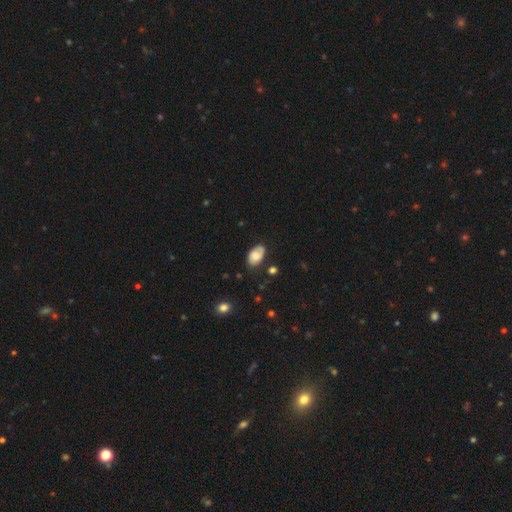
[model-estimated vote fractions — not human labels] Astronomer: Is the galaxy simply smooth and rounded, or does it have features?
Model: smooth — 67%.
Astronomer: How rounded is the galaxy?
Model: in between — 92%.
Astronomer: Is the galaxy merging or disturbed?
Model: none — 66%.